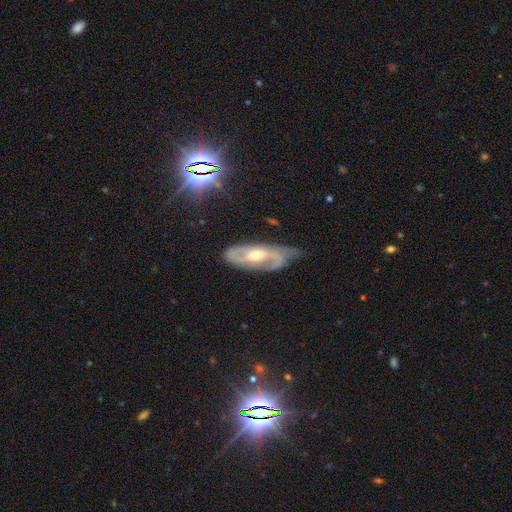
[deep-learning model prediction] Morphology: type=featured or disk (79%); edge-on=no (87%); bar=no (50%); spiral arms=yes (91%); winding=tight (47%); arm count=2 (62%); bulge=moderate (66%); merging=none (69%).